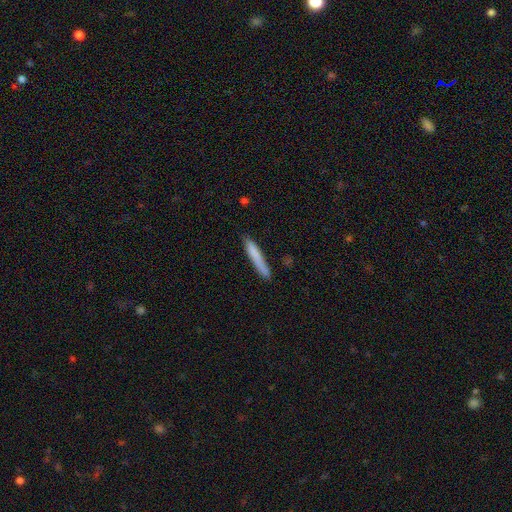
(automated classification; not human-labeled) Morphology: type=smooth (77%); roundness=cigar-shaped (95%); merging=none (79%).